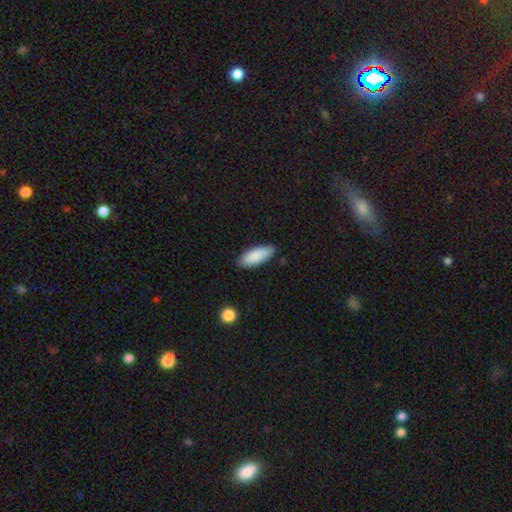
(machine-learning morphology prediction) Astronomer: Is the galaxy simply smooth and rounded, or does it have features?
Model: smooth — 89%.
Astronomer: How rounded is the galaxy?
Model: in between — 80%.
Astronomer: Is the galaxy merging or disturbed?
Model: none — 85%.